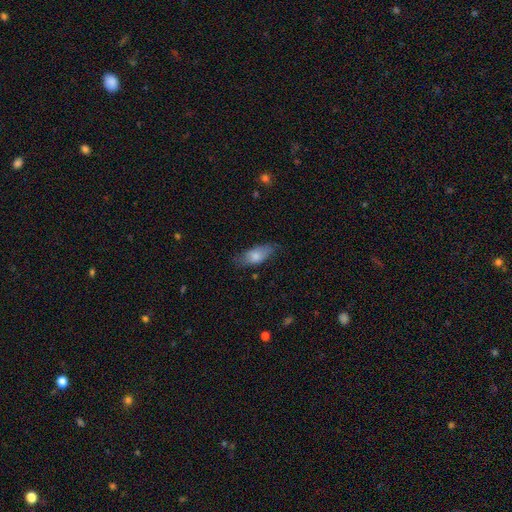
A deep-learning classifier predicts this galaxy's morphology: A smooth galaxy with no disk features (75%) that is in between round and cigar-shaped (81%).

Vote fractions:
- Smooth or featured? smooth: 75% / featured or disk: 18% / star or artifact: 7%
- How rounded? in between: 81% / cigar-shaped: 16% / round: 3%
- Merging? none: 68% / minor disturbance: 24% / major disturbance: 6% / merger: 1%